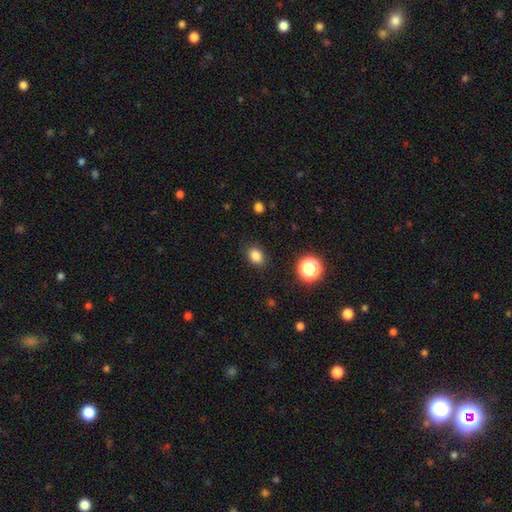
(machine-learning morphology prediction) Overall: smooth (84%). How rounded: in between (62%; round 37%). Merging: none (86%).